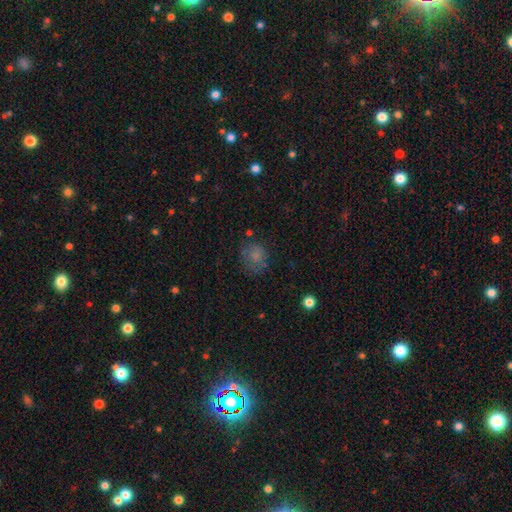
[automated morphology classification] smooth-or-featured: smooth: 71% | featured or disk: 15% | star or artifact: 14%
  how-rounded: round: 74% | in between: 25% | cigar-shaped: 1%
  merging: none: 61% | minor disturbance: 23% | major disturbance: 13% | merger: 3%